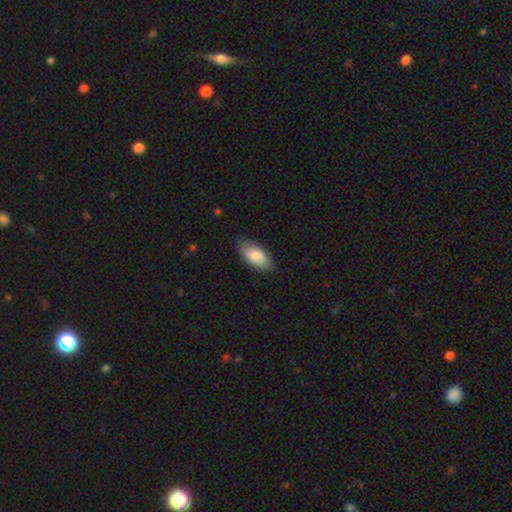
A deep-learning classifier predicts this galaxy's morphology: The model was most divided on "merging": none: 81%, minor disturbance: 15%, major disturbance: 3%, merger: 1%. More confident: how rounded — in between (92%); smooth or featured — smooth (84%).